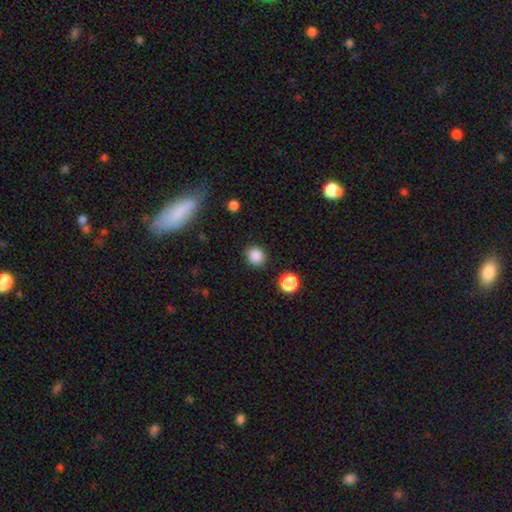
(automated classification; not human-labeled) A smooth galaxy with no disk features (86%) that is round (82%). Merging: none (88%).